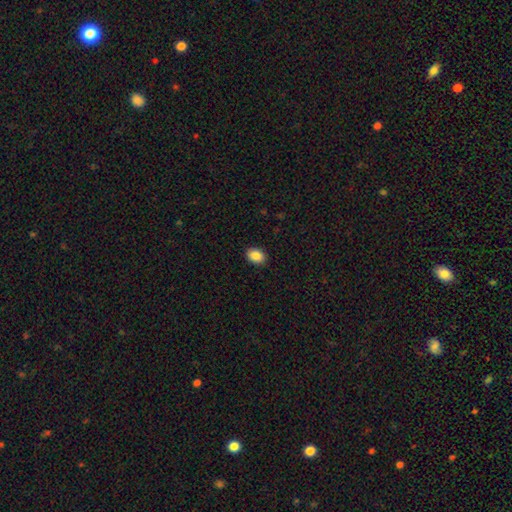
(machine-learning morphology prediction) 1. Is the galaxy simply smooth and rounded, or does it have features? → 88% smooth, 8% star or artifact, 4% featured or disk.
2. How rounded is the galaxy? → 72% in between, 27% round, 1% cigar-shaped.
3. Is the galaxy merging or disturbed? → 91% none, 7% minor disturbance, 2% major disturbance, 1% merger.